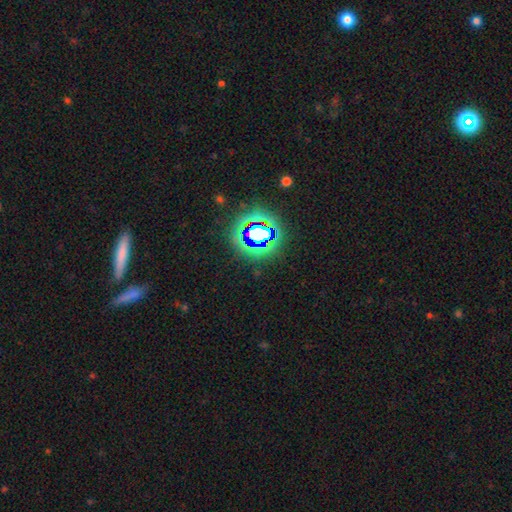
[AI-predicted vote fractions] Q: Smooth or featured?
A: star or artifact (72%); runner-up: smooth (19%)